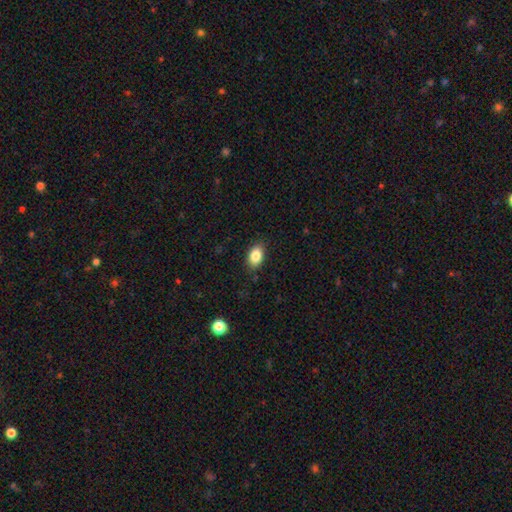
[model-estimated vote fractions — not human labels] Smooth or featured: smooth — 85% (star or artifact — 8%)
How rounded: in between — 85% (round — 14%)
Merging: none — 86% (minor disturbance — 11%)